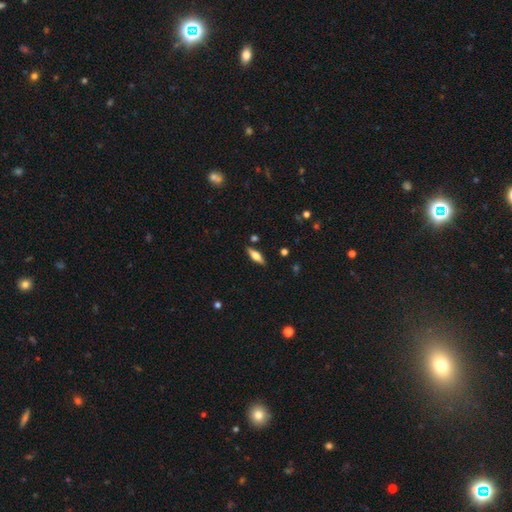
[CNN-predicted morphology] type=smooth (47%, tied with featured or disk); merging=none (87%).